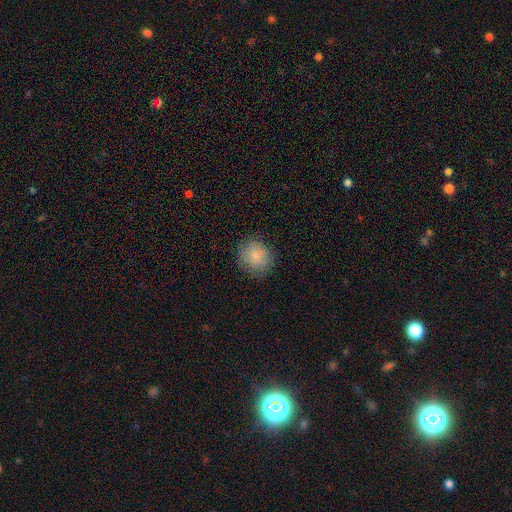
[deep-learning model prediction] The model was most divided on "how rounded": round: 82%, in between: 17%, cigar-shaped: 1%. More confident: merging — none (81%); smooth or featured — smooth (81%).